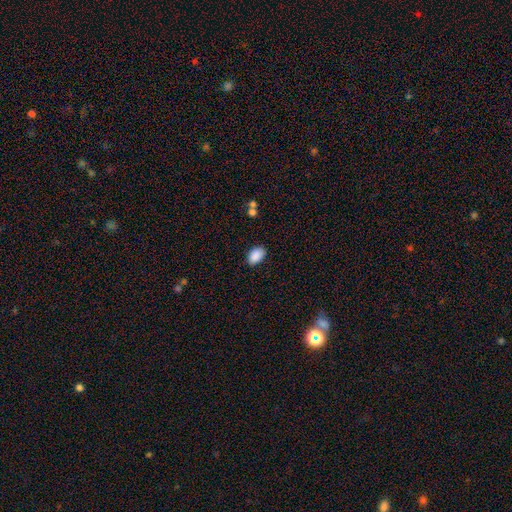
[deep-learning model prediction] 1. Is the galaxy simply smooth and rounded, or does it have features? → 89% smooth, 8% star or artifact, 3% featured or disk.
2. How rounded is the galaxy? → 90% in between, 9% round, 1% cigar-shaped.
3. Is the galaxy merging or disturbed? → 84% none, 12% minor disturbance, 2% major disturbance, 1% merger.